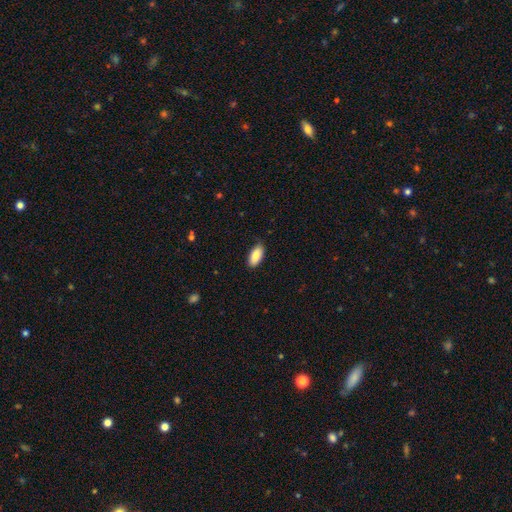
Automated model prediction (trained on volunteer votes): Q: Smooth or featured?
A: smooth (86%); runner-up: featured or disk (7%)
Q: How rounded?
A: in between (90%); runner-up: cigar-shaped (8%)
Q: Merging?
A: none (83%); runner-up: minor disturbance (13%)